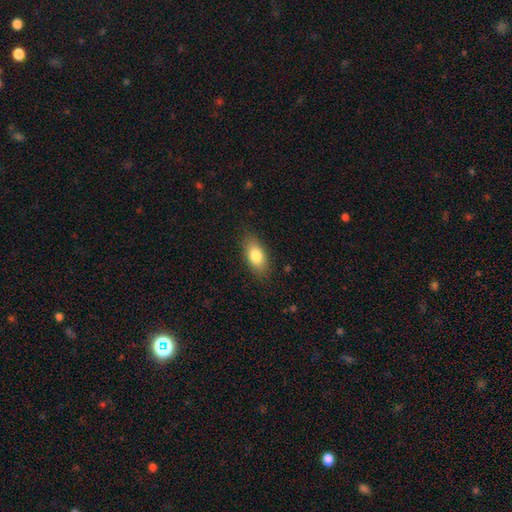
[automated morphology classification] The model was most divided on "smooth or featured": smooth: 80%, featured or disk: 13%, star or artifact: 7%. More confident: how rounded — in between (87%); merging — none (83%).